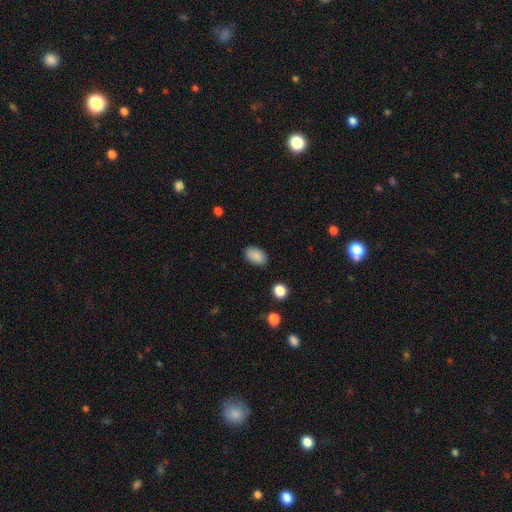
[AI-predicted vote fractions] This is clearly a smooth galaxy (88%). How rounded: clearly in between (90%). Merging: clearly none (85%).